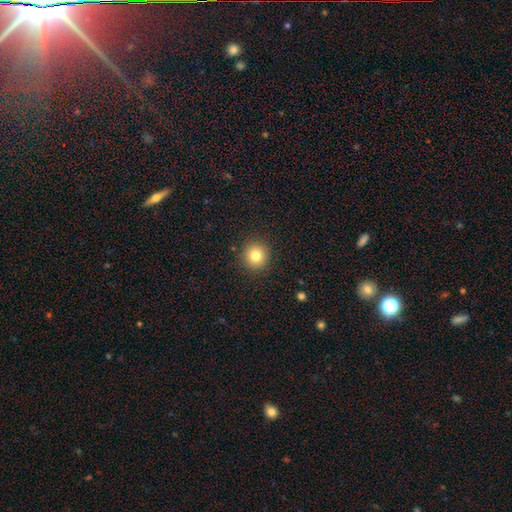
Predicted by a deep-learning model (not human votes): Smooth or featured? Predicted: smooth (p=0.81). How rounded? Predicted: round (p=0.93). Merging? Predicted: none (p=0.91).